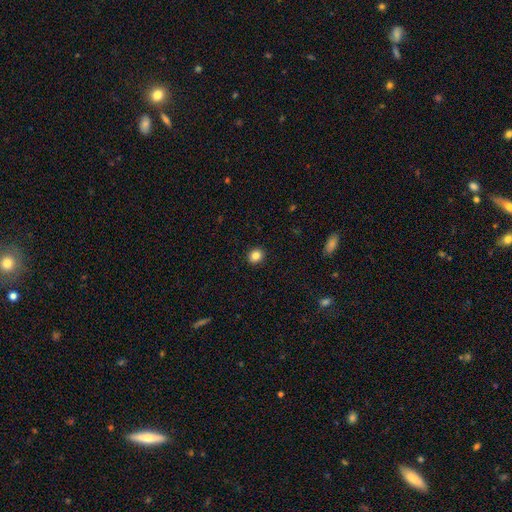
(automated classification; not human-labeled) A smooth galaxy with no disk features (84%) that is round (82%). Merging: none (92%).